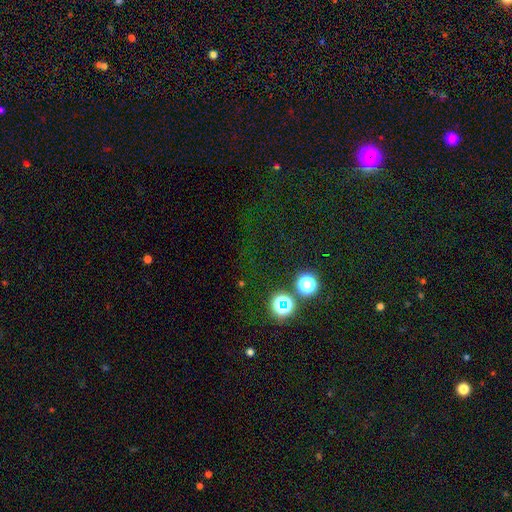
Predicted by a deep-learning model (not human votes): A star or artifact, not a galaxy (63%).

Vote fractions:
- Smooth or featured? star or artifact: 63% / smooth: 27% / featured or disk: 11%